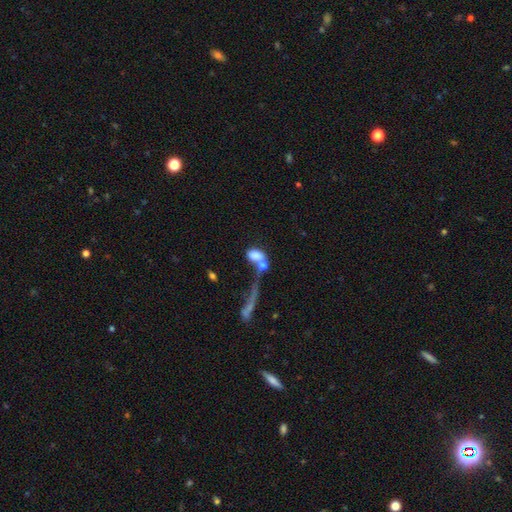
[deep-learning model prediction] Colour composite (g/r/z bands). It shows a smooth galaxy with no disk features (70%) that is in between round and cigar-shaped (79%). Merging: merger (58%).